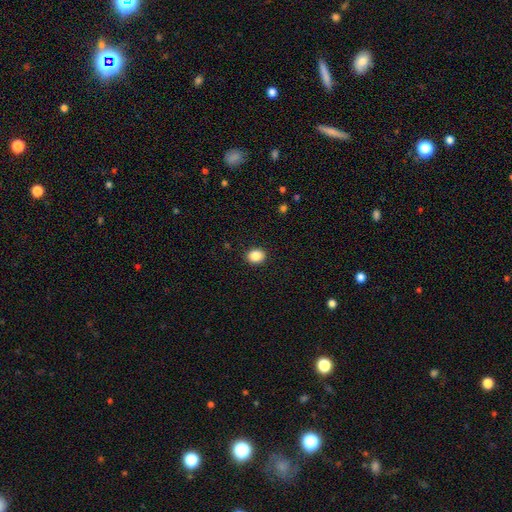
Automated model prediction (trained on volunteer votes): Overall: smooth (87%). How rounded: round (59%; in between 40%). Merging: none (91%).